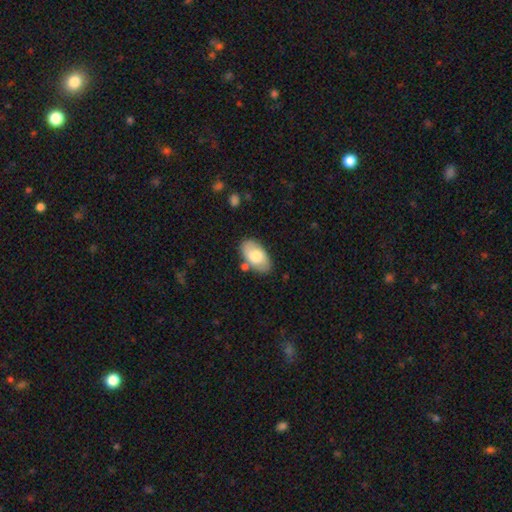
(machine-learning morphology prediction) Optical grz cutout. It shows a smooth galaxy with no disk features (66%) that is in between round and cigar-shaped (95%). Merging: none (77%).